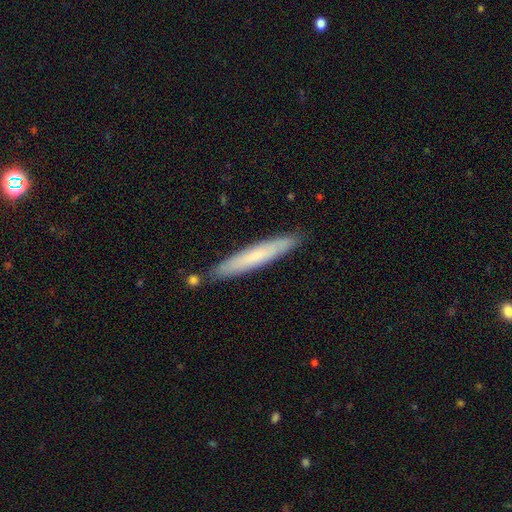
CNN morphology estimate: The model was most divided on "smooth or featured": smooth: 63%, featured or disk: 32%, star or artifact: 6%. More confident: how rounded — cigar-shaped (94%); merging — none (85%).